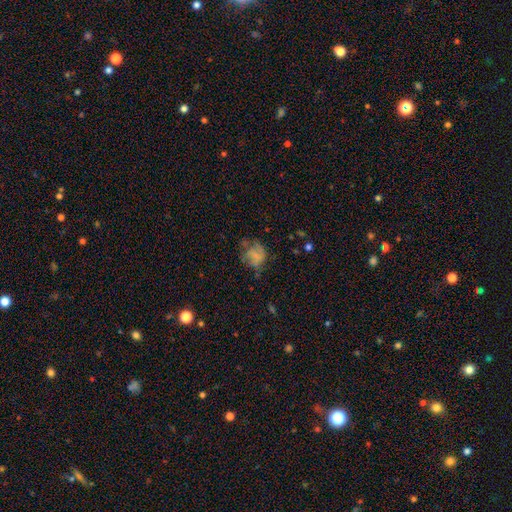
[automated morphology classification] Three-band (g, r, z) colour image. It shows a smooth galaxy with no disk features (54%) that is round (61%). Merging: none (44%).